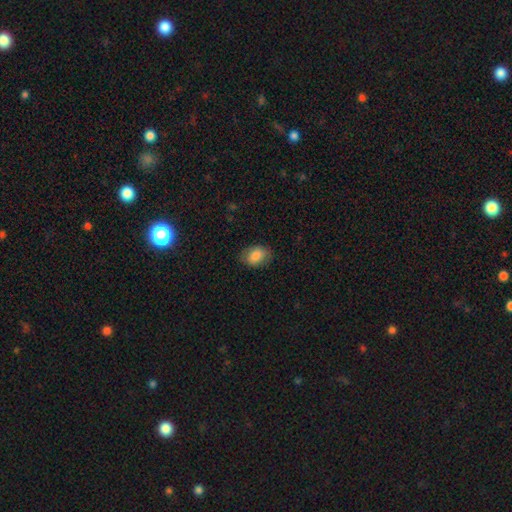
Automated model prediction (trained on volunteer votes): This appears to be a smooth galaxy with no disk features (82%) that is in between round and cigar-shaped (76%). Merging: none (79%).